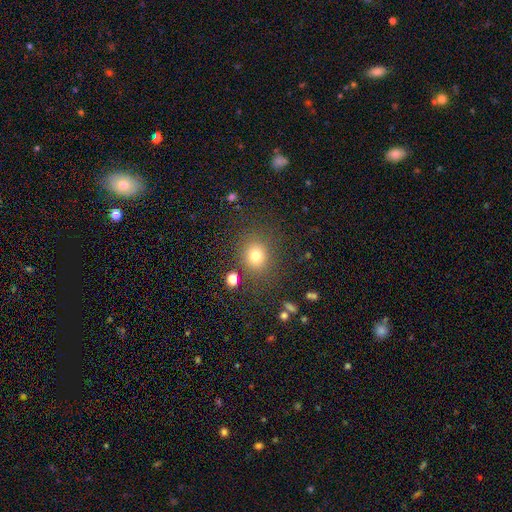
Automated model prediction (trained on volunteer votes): Morphology: type=smooth (76%); roundness=round (77%); merging=none (81%).